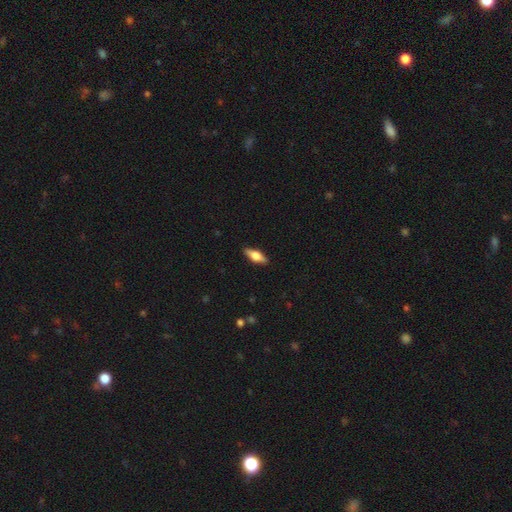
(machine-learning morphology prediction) Smooth or featured?
  - smooth: 54% *
  - featured or disk: 40%
  - star or artifact: 6%
How rounded?
  - in between: 61% *
  - cigar-shaped: 36%
  - round: 3%
Merging?
  - none: 89% *
  - minor disturbance: 8%
  - major disturbance: 2%
  - merger: 1%